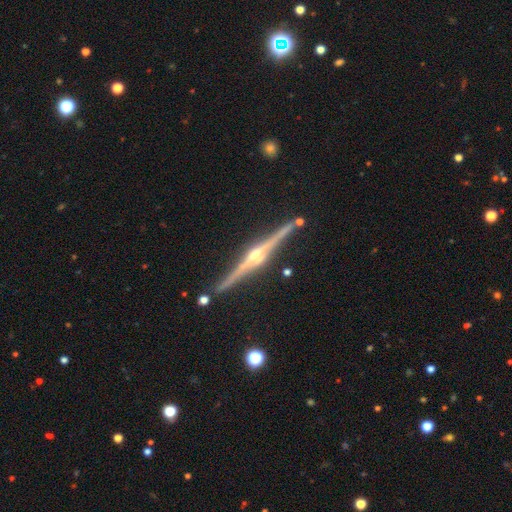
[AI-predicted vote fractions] Smooth or featured: featured or disk — 91% (smooth — 5%)
Edge-on disk: yes — 99% (no — 1%)
Edge-on bulge: rounded — 95% (boxy — 3%)
Merging: none — 88% (minor disturbance — 8%)